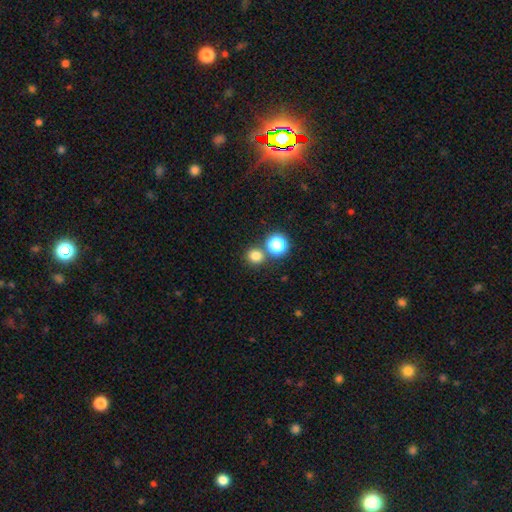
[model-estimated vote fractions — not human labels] smooth_or_featured: smooth (p=0.77) [alt: star or artifact p=0.18]
how_rounded: round (p=0.90) [alt: in between p=0.09]
merging: none (p=0.75) [alt: merger p=0.16]